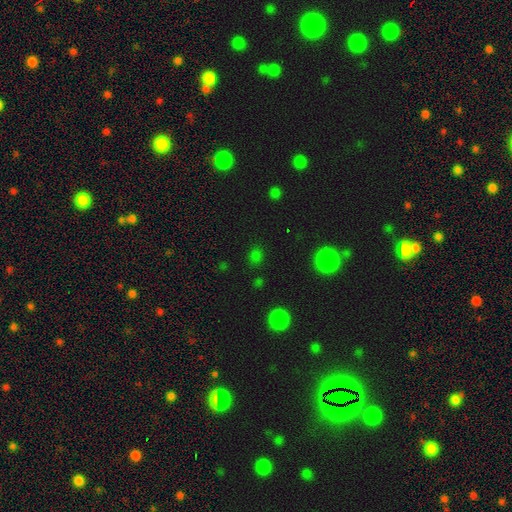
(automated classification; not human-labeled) A smooth galaxy with no disk features (64%) that is round (51%). Merging: none (81%).